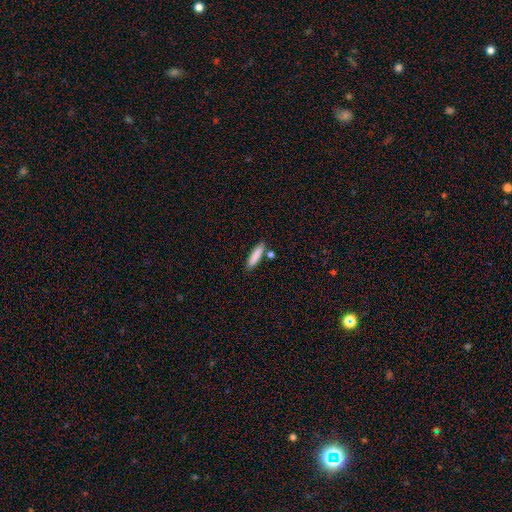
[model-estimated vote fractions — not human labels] Smooth or featured: smooth — 85% (featured or disk — 8%)
How rounded: cigar-shaped — 74% (in between — 24%)
Merging: none — 80% (minor disturbance — 10%)